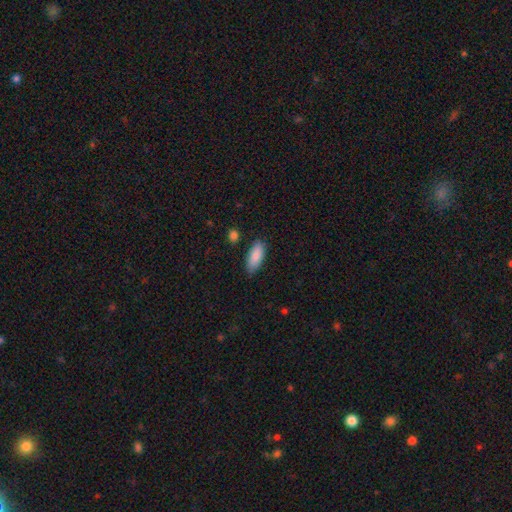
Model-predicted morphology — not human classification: Q: Smooth or featured?
A: smooth (88%); runner-up: star or artifact (6%)
Q: How rounded?
A: in between (80%); runner-up: cigar-shaped (18%)
Q: Merging?
A: none (81%); runner-up: minor disturbance (15%)